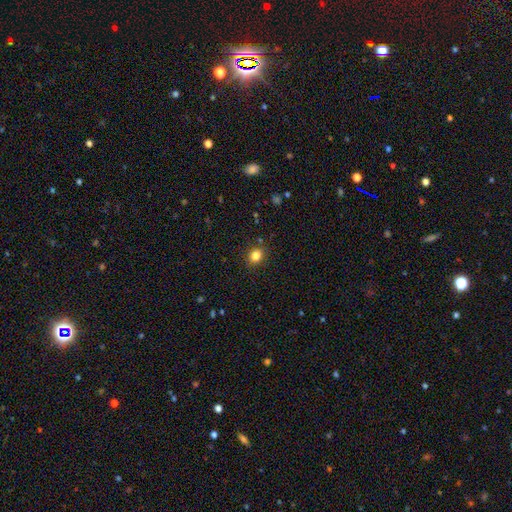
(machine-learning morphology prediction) A smooth galaxy with no disk features (83%) that is round (68%).

Vote fractions:
- Smooth or featured? smooth: 83% / star or artifact: 12% / featured or disk: 5%
- How rounded? round: 68% / in between: 31% / cigar-shaped: 1%
- Merging? none: 87% / minor disturbance: 9% / major disturbance: 3% / merger: 2%